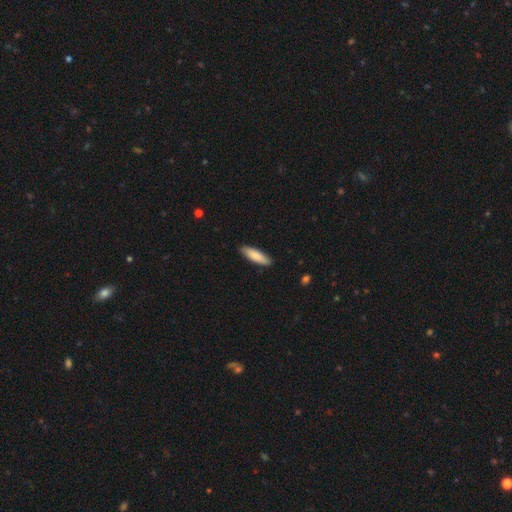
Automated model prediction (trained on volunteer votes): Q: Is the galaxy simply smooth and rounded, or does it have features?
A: smooth — 84%.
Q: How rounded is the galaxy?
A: cigar-shaped — 59%.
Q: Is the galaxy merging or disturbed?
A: none — 87%.